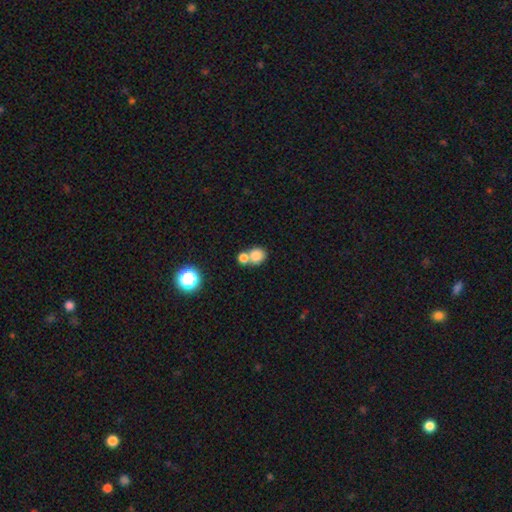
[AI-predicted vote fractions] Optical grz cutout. It shows a smooth galaxy with no disk features (80%) that is round (80%). Merging: merger (50%).